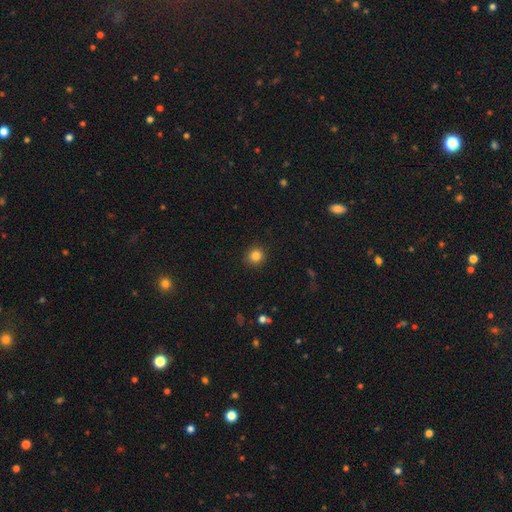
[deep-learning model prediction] A smooth galaxy with no disk features (84%) that is round (91%).

Vote fractions:
- Smooth or featured? smooth: 84% / star or artifact: 12% / featured or disk: 5%
- How rounded? round: 91% / in between: 8% / cigar-shaped: 1%
- Merging? none: 91% / minor disturbance: 6% / major disturbance: 2% / merger: 1%